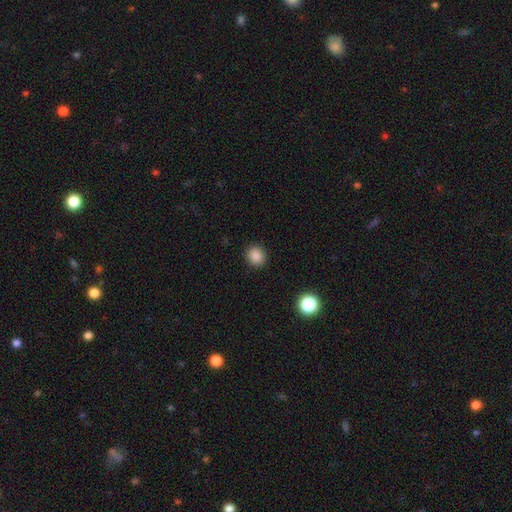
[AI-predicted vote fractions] Overall: smooth (87%). How rounded: round (77%). Merging: none (91%).